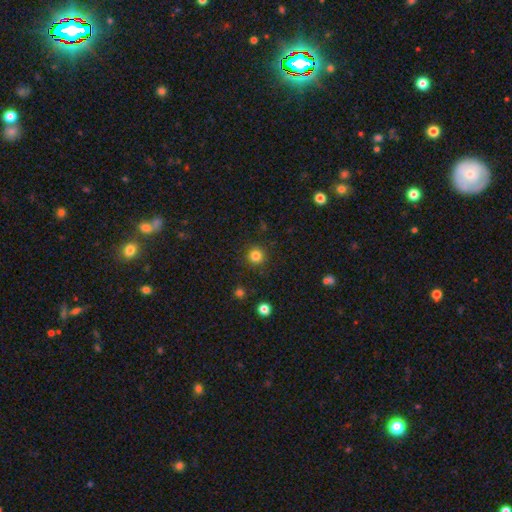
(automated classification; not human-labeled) Smooth or featured? Predicted: smooth (p=0.82). How rounded? Predicted: round (p=0.94). Merging? Predicted: none (p=0.90).